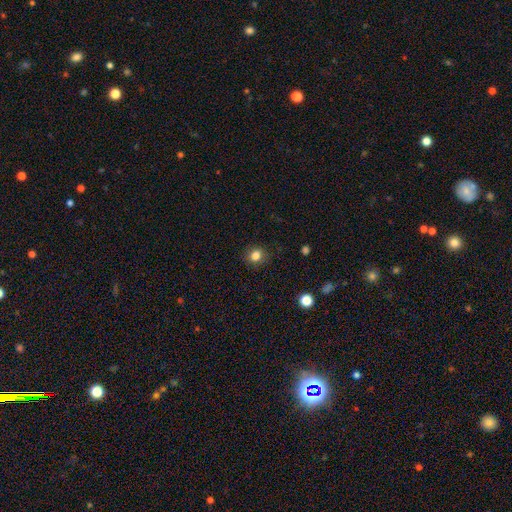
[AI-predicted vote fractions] This appears to be a smooth galaxy with no disk features (82%) that is round (78%). Merging: none (87%).